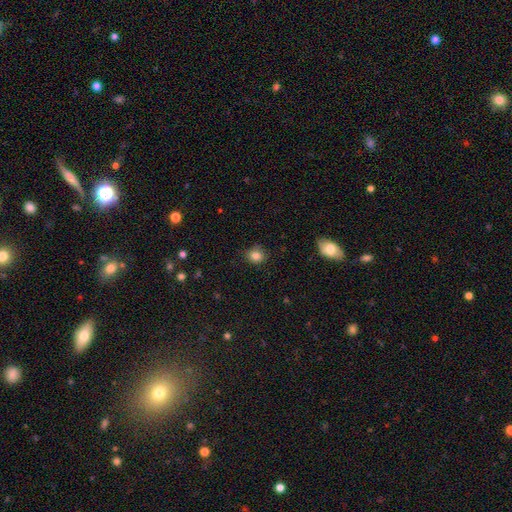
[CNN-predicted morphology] Overall: smooth (84%). How rounded: round (78%). Merging: none (81%).